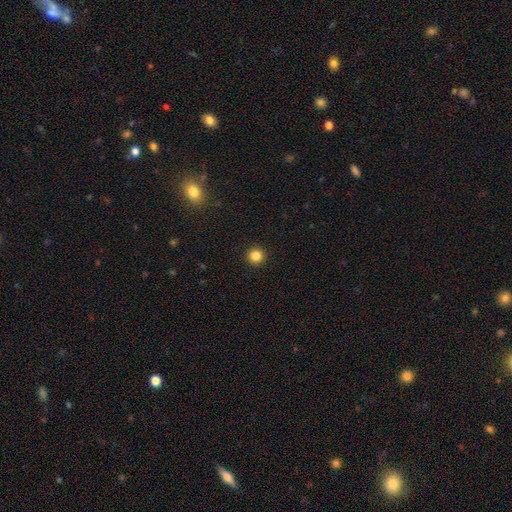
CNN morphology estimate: Smooth or featured? Predicted: smooth (p=0.84). How rounded? Predicted: round (p=0.96). Merging? Predicted: none (p=0.93).